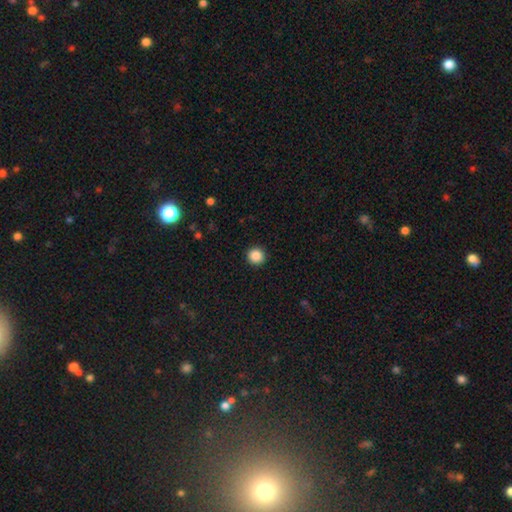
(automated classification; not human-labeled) Overall: smooth (87%). How rounded: round (95%). Merging: none (93%).